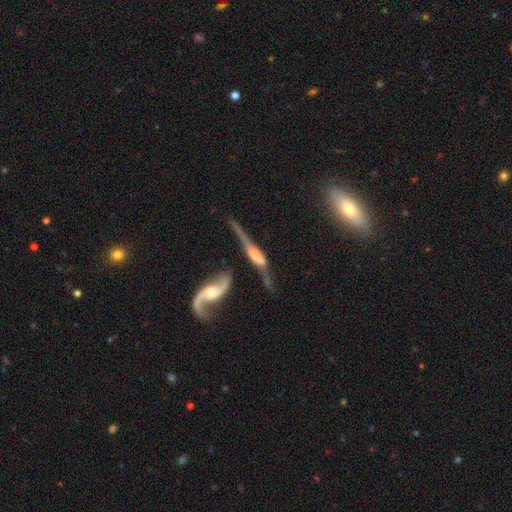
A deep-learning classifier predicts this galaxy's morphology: Q: Smooth or featured?
A: featured or disk (72%); runner-up: smooth (21%)
Q: Edge-on disk?
A: yes (69%); runner-up: no (31%)
Q: Merging?
A: none (29%); tied with: merger (29%)